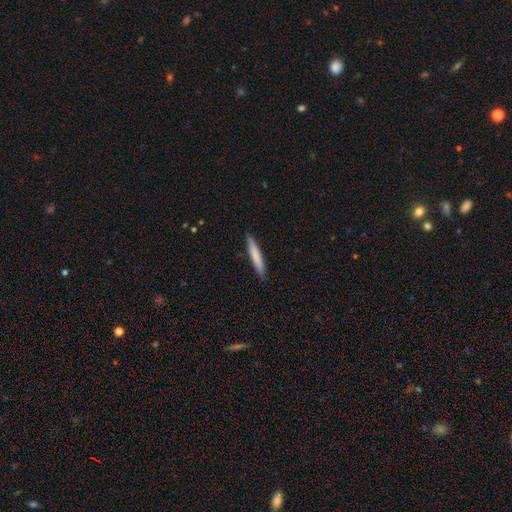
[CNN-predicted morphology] smooth_or_featured: smooth (p=0.76) [alt: featured or disk p=0.19]
how_rounded: cigar-shaped (p=0.95) [alt: in between p=0.04]
merging: none (p=0.90) [alt: minor disturbance p=0.07]